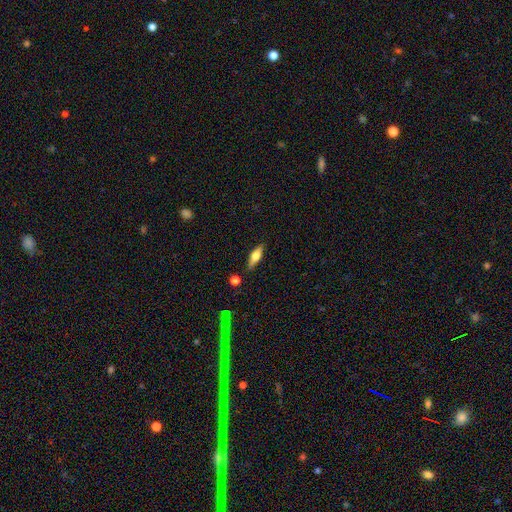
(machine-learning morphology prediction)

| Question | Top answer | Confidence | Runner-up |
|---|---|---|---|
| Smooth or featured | smooth | 53% | featured or disk (40%) |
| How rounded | in between | 51% | cigar-shaped (46%) |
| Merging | none | 84% | minor disturbance (11%) |